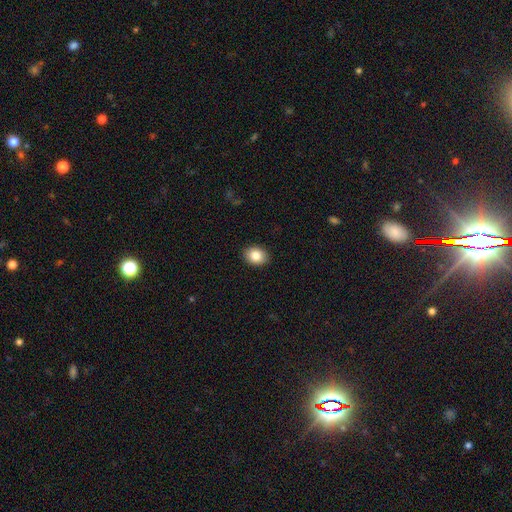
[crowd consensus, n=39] smooth-or-featured: smooth: 87% | star or artifact: 8% | featured or disk: 5%
  how-rounded: in between: 56% | round: 44% | cigar-shaped: 0%
  merging: none: 97% | minor disturbance: 3% | major disturbance: 0% | merger: 0%